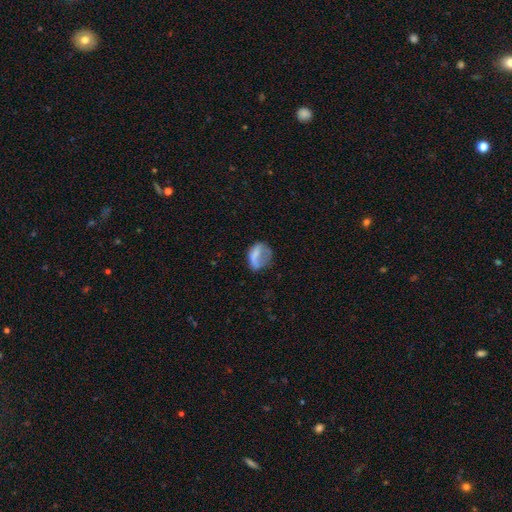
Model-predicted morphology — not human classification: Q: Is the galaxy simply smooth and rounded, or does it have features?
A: smooth — 63%.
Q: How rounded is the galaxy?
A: in between — 59%.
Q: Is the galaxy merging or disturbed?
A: major disturbance — 37%.